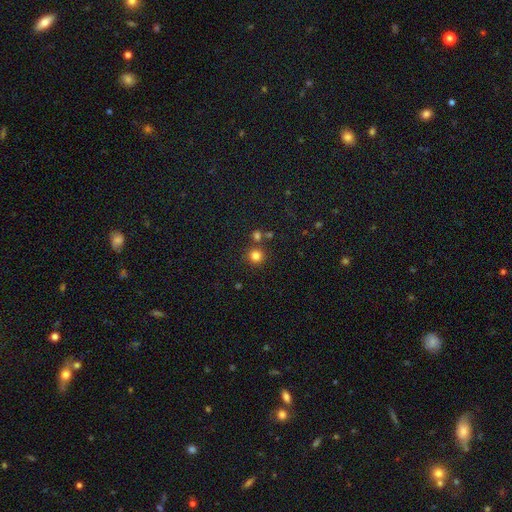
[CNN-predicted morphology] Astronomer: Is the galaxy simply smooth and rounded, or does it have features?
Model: smooth — 81%.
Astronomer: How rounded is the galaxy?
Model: round — 94%.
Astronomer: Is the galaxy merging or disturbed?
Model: none — 80%.